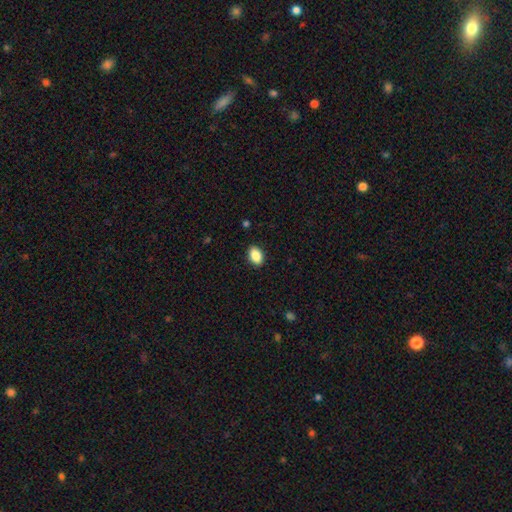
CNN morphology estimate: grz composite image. It shows a smooth galaxy with no disk features (88%) that is in between round and cigar-shaped (87%). Merging: none (90%).